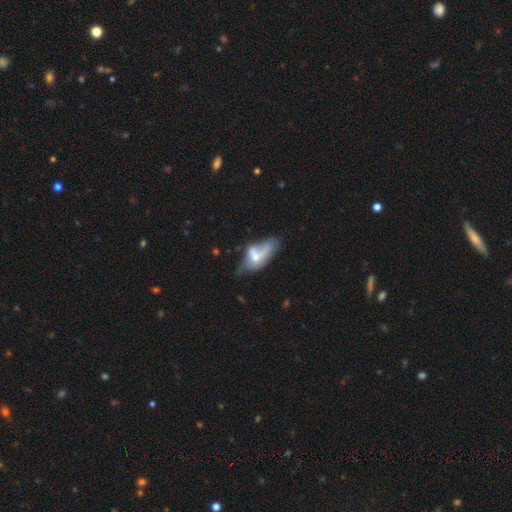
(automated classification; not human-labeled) This appears to be a smooth galaxy with no disk features (49%). Merging: major disturbance (33%).